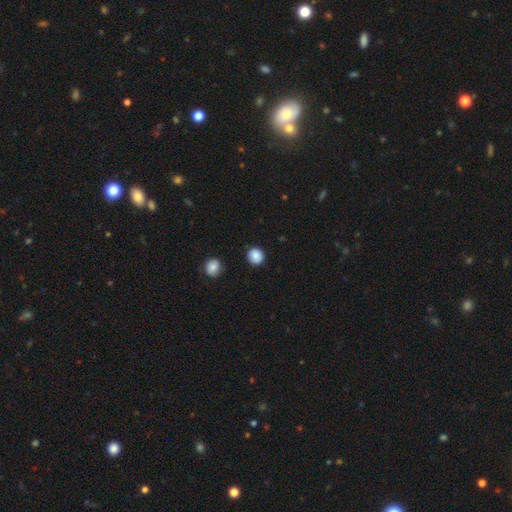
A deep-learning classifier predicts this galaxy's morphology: A smooth galaxy with no disk features (87%) that is round (90%).

Vote fractions:
- Smooth or featured? smooth: 87% / star or artifact: 9% / featured or disk: 5%
- How rounded? round: 90% / in between: 9% / cigar-shaped: 1%
- Merging? none: 89% / minor disturbance: 7% / major disturbance: 2% / merger: 2%